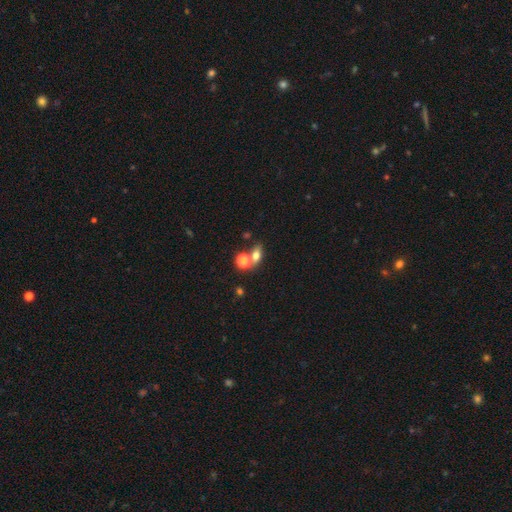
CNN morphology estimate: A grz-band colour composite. It shows a smooth galaxy with no disk features (68%) that is in between round and cigar-shaped (63%). Merging: none (51%).